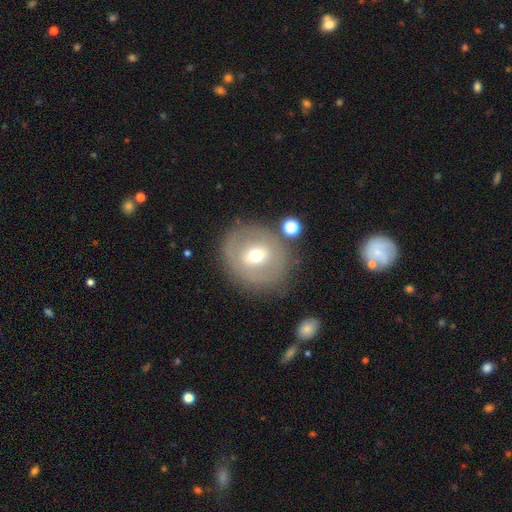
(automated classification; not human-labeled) smooth 47%, featured or disk 44%, star or artifact 9%. Down the decision tree: merging — none (78%).